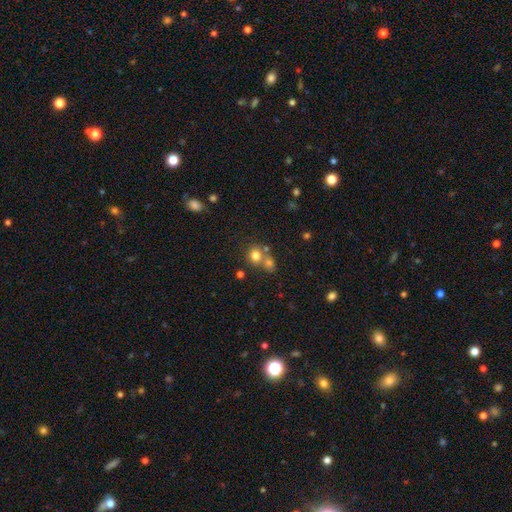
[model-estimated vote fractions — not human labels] Smooth or featured?
  - smooth: 76% *
  - star or artifact: 14%
  - featured or disk: 10%
How rounded?
  - round: 80% *
  - in between: 19%
  - cigar-shaped: 1%
Merging?
  - none: 47% *
  - merger: 42%
  - minor disturbance: 8%
  - major disturbance: 4%